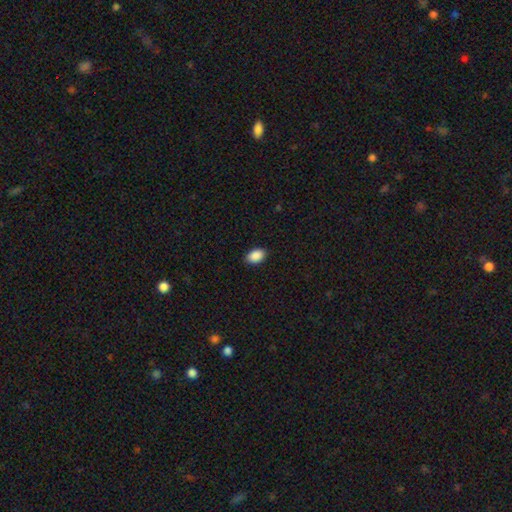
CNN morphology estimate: Smooth or featured? Predicted: smooth (p=0.90). How rounded? Predicted: in between (p=0.89). Merging? Predicted: none (p=0.89).